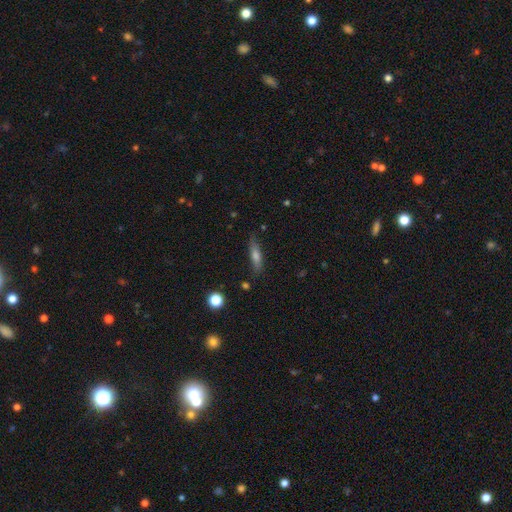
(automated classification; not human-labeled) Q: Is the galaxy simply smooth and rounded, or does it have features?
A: smooth — 60%.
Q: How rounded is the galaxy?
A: cigar-shaped — 74%.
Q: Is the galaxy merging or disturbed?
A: none — 81%.